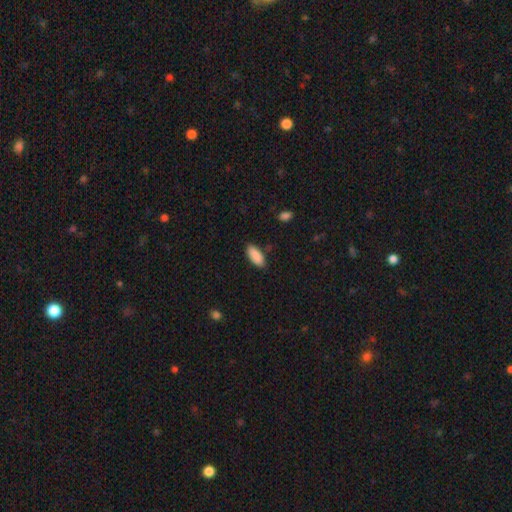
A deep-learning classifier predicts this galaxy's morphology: smooth 90%, star or artifact 6%, featured or disk 4%. Down the decision tree: how rounded — in between (83%); merging — none (85%).